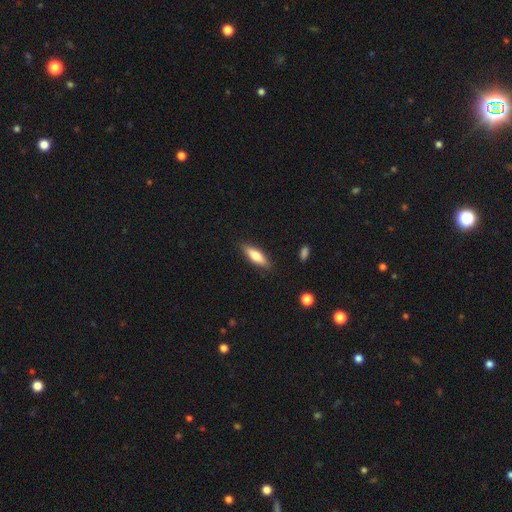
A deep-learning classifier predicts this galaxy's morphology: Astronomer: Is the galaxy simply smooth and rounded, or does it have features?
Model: smooth — 68%.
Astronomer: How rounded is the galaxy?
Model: cigar-shaped — 50% (runner-up: in between, 48%).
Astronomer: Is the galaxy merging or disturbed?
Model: none — 86%.